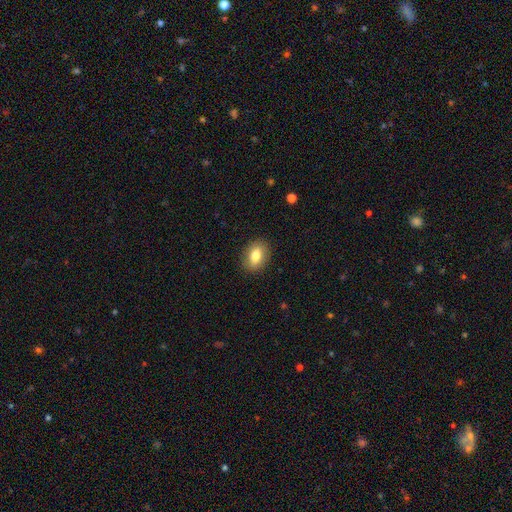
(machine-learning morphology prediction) Smooth or featured? Predicted: smooth (p=0.80). How rounded? Predicted: in between (p=0.73). Merging? Predicted: none (p=0.88).